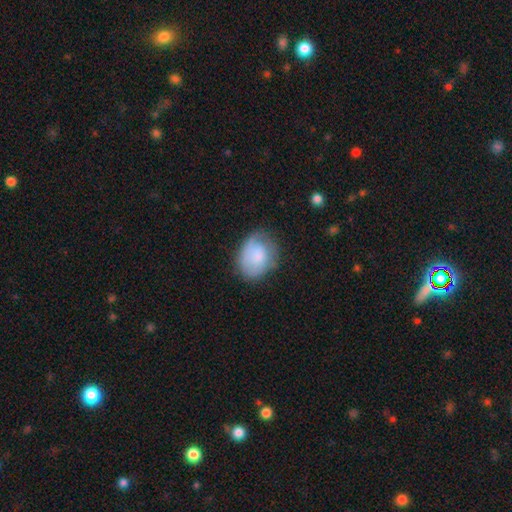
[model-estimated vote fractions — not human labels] Smooth or featured: smooth — 70% (featured or disk — 22%)
How rounded: in between — 55% (round — 44%)
Merging: none — 56% (minor disturbance — 30%)